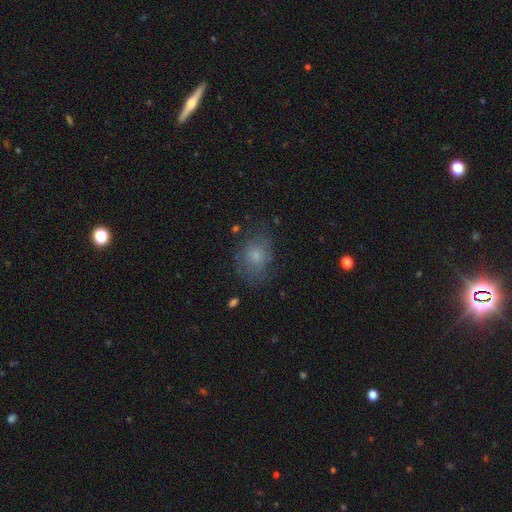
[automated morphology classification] This is likely a smooth galaxy (66%). How rounded: possibly in between (59%). Merging: likely none (66%).